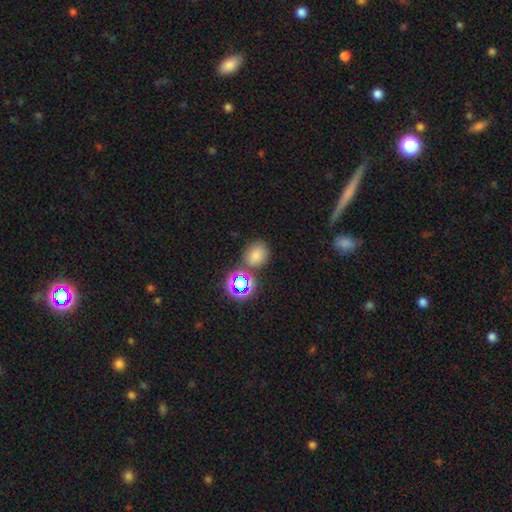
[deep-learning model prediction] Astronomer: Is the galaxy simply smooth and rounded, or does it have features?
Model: smooth — 68%.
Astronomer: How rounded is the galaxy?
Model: round — 62%.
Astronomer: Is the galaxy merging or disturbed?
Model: none — 74%.